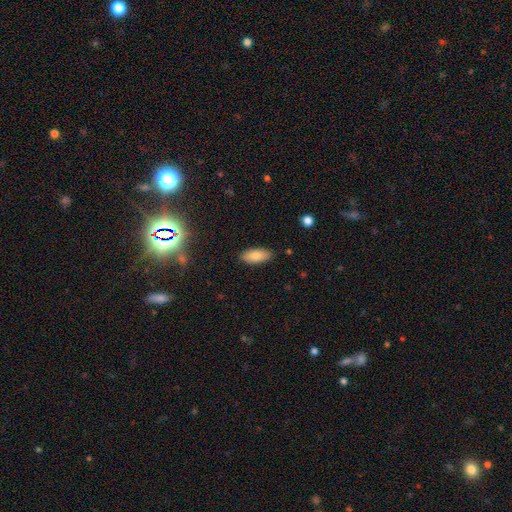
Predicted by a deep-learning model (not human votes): A smooth galaxy with no disk features (81%) that is in between round and cigar-shaped (83%). Merging: none (87%).